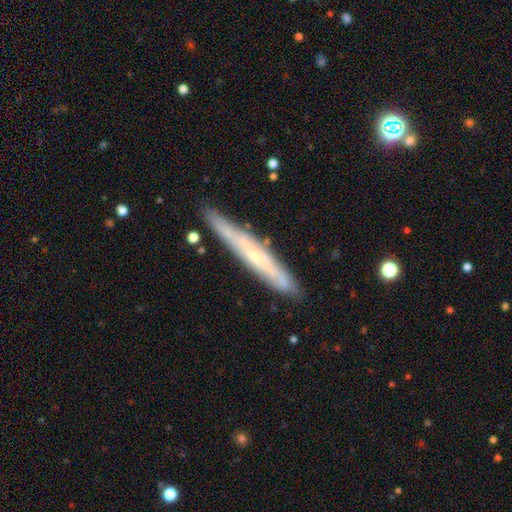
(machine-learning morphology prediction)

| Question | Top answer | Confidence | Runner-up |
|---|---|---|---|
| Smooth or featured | featured or disk | 63% | smooth (30%) |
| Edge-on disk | yes | 82% | no (18%) |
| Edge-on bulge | none | 56% | rounded (40%) |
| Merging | none | 82% | minor disturbance (13%) |